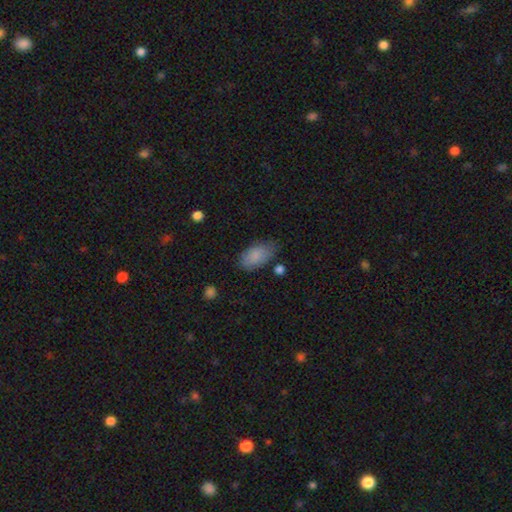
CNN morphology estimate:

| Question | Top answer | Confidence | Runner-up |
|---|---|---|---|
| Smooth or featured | smooth | 85% | featured or disk (8%) |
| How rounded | in between | 93% | round (5%) |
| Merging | none | 66% | minor disturbance (25%) |